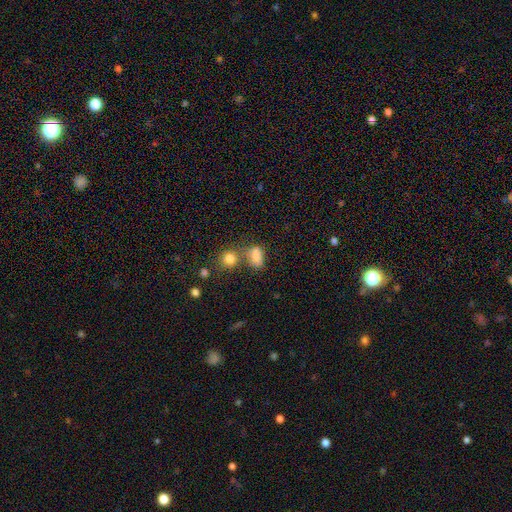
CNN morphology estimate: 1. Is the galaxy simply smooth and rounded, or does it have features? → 78% smooth, 13% star or artifact, 9% featured or disk.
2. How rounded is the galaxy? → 77% in between, 19% round, 4% cigar-shaped.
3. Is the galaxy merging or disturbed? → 41% none, 35% merger, 16% minor disturbance, 8% major disturbance.